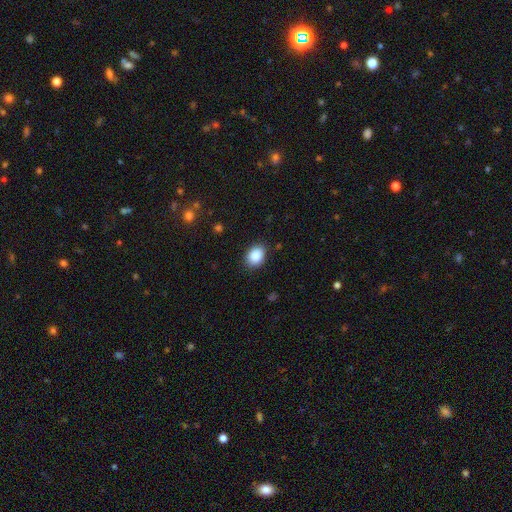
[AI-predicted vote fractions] Overall: smooth (88%). How rounded: in between (66%; round 33%). Merging: none (86%).